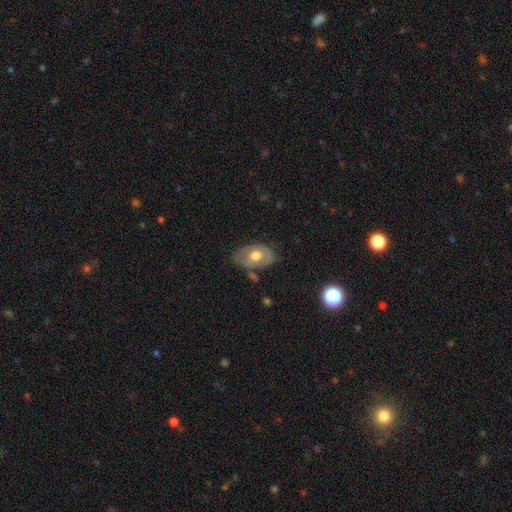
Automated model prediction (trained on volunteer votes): Q: Smooth or featured?
A: smooth (48%); runner-up: featured or disk (46%)
Q: Merging?
A: none (60%); runner-up: minor disturbance (27%)